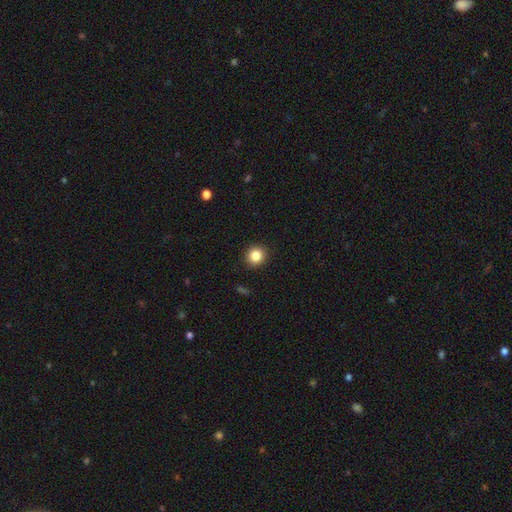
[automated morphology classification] type=smooth (85%); roundness=round (91%); merging=none (91%).